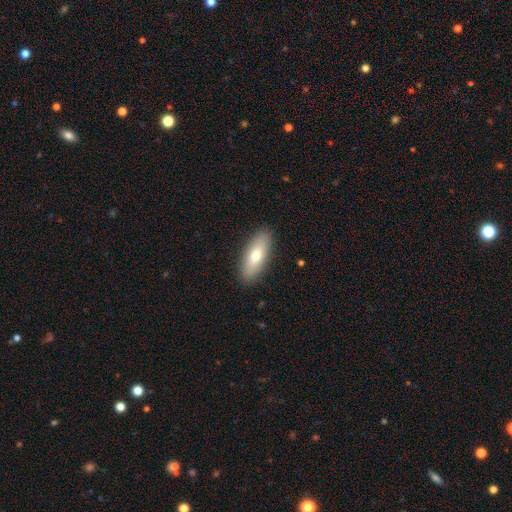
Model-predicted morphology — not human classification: Smooth or featured: smooth — 73% (featured or disk — 21%)
How rounded: in between — 70% (cigar-shaped — 28%)
Merging: none — 89% (minor disturbance — 8%)